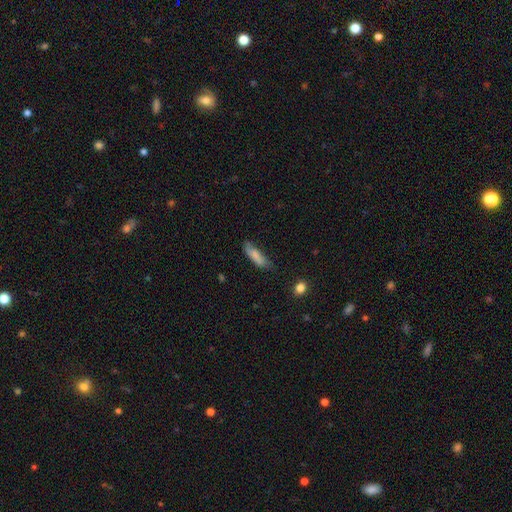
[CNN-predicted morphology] smooth_or_featured: smooth (p=0.78) [alt: featured or disk p=0.16]
how_rounded: cigar-shaped (p=0.58) [alt: in between p=0.40]
merging: none (p=0.60) [alt: minor disturbance p=0.29]